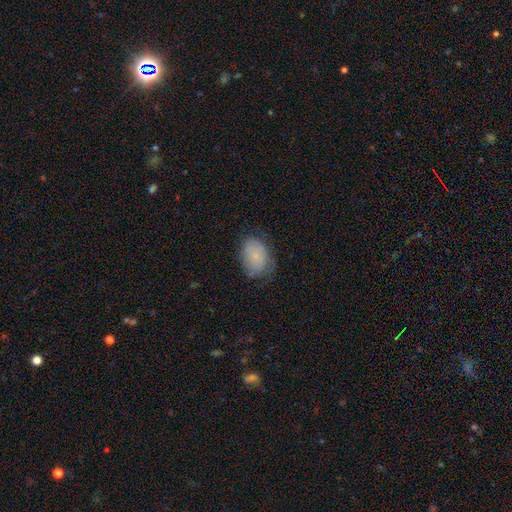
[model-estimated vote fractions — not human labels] This appears to be a smooth galaxy with no disk features (76%) that is in between round and cigar-shaped (78%). Merging: none (64%).